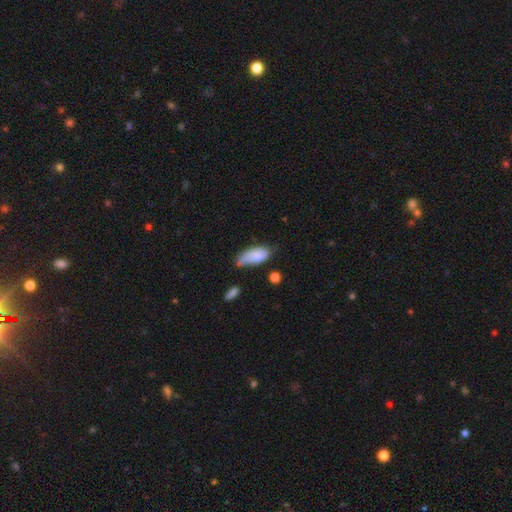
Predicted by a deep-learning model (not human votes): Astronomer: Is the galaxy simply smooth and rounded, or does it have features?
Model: smooth — 80%.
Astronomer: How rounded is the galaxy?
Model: in between — 88%.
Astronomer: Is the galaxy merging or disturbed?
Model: minor disturbance — 41% (runner-up: none, 37%).